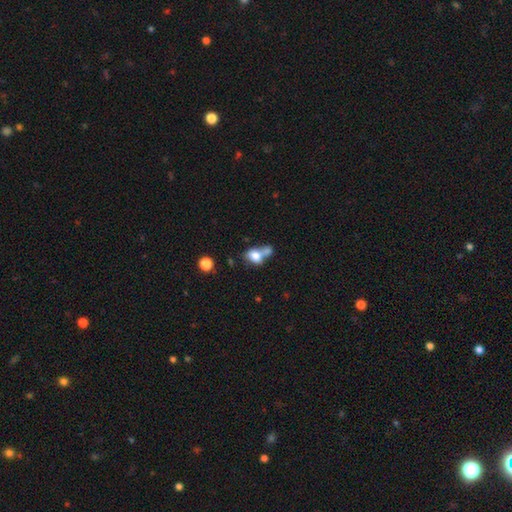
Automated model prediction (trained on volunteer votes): Smooth or featured?
  - smooth: 76% *
  - featured or disk: 14%
  - star or artifact: 10%
How rounded?
  - in between: 68% *
  - round: 30%
  - cigar-shaped: 2%
Merging?
  - merger: 58% *
  - none: 25%
  - minor disturbance: 10%
  - major disturbance: 7%